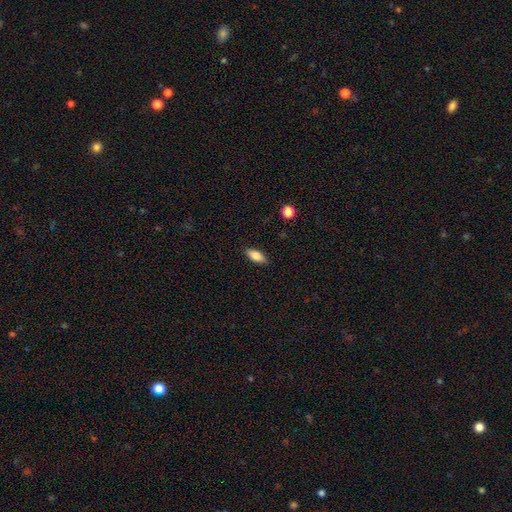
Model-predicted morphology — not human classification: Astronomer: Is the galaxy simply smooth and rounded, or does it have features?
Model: smooth — 82%.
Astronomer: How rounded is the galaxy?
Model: in between — 81%.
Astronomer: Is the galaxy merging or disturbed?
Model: none — 88%.